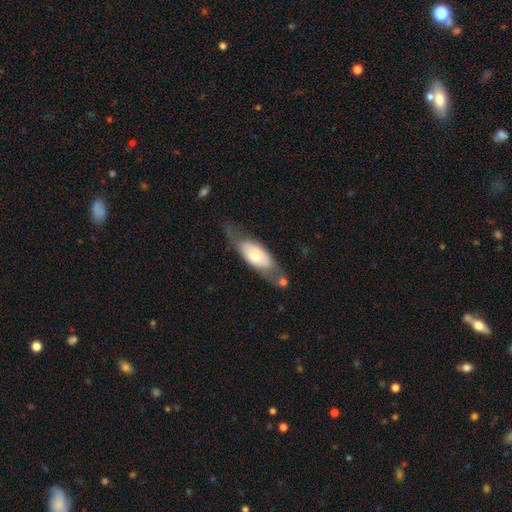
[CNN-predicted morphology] A smooth galaxy with no disk features (57%) that is in between round and cigar-shaped (70%). Merging: none (52%).